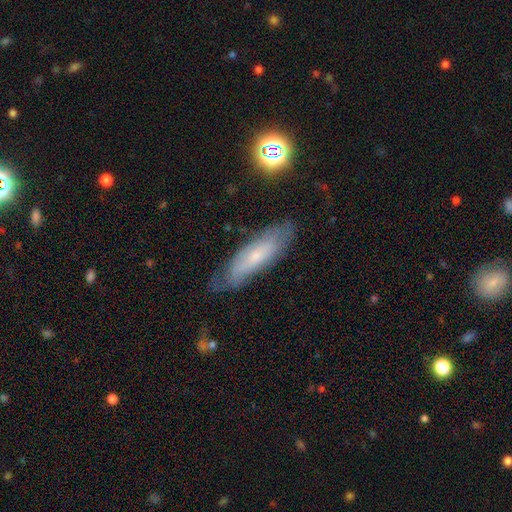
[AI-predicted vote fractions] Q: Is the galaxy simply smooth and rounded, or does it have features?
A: smooth — 49%.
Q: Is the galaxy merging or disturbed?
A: none — 71%.